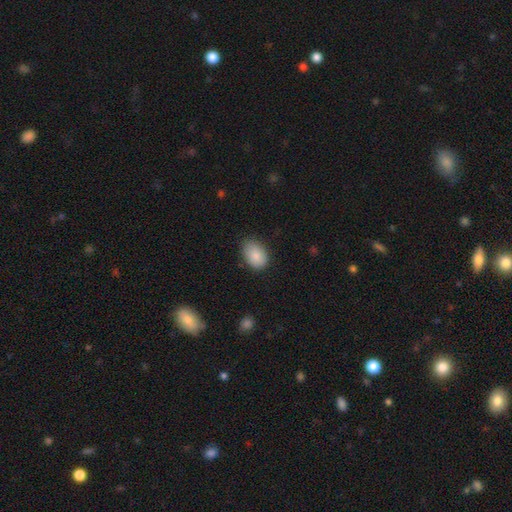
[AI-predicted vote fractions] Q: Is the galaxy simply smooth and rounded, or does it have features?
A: smooth — 87%.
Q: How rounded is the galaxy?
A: in between — 84%.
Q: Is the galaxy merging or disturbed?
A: none — 77%.